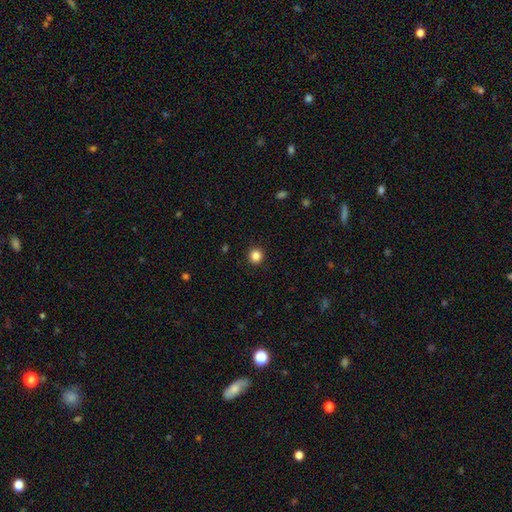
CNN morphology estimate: type=smooth (86%); roundness=round (92%); merging=none (92%).